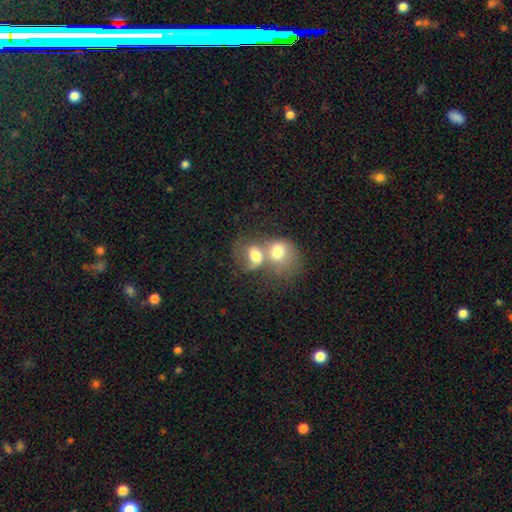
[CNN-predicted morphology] A smooth galaxy with no disk features (59%) that is in between round and cigar-shaped (50%).

Vote fractions:
- Smooth or featured? smooth: 59% / featured or disk: 33% / star or artifact: 8%
- How rounded? in between: 50% / round: 48% / cigar-shaped: 1%
- Merging? merger: 78% / none: 10% / major disturbance: 7% / minor disturbance: 5%